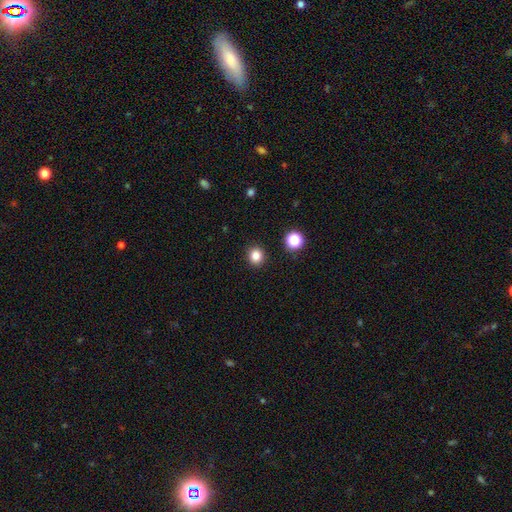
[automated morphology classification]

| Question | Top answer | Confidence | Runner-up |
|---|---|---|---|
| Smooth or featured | smooth | 82% | star or artifact (13%) |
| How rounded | round | 86% | in between (13%) |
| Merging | none | 92% | minor disturbance (5%) |